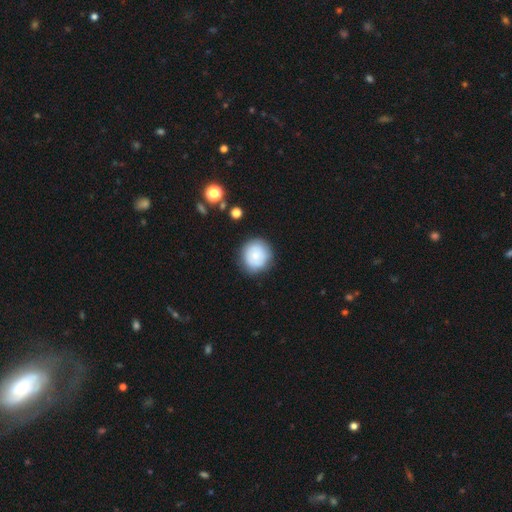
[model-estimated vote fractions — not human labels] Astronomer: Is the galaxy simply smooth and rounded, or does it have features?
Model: smooth — 71%.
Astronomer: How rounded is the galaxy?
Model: round — 92%.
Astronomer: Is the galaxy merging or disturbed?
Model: none — 83%.